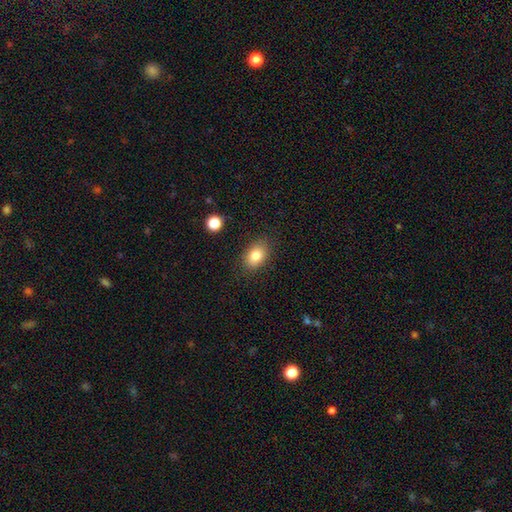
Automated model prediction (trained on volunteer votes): This is clearly a smooth galaxy (81%). How rounded: likely in between (78%). Merging: clearly none (84%).